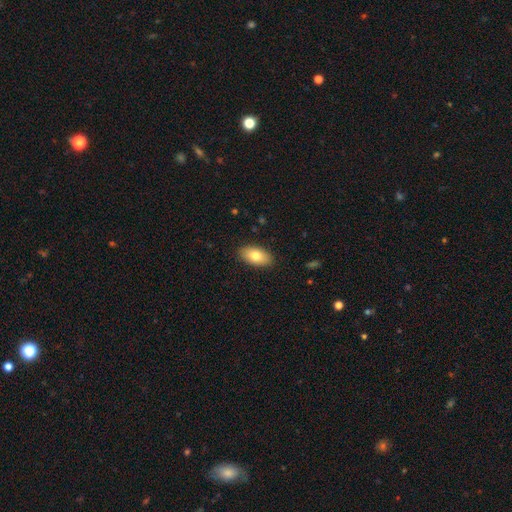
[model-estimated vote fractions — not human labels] This is likely a smooth galaxy (78%). How rounded: clearly in between (93%). Merging: clearly none (88%).